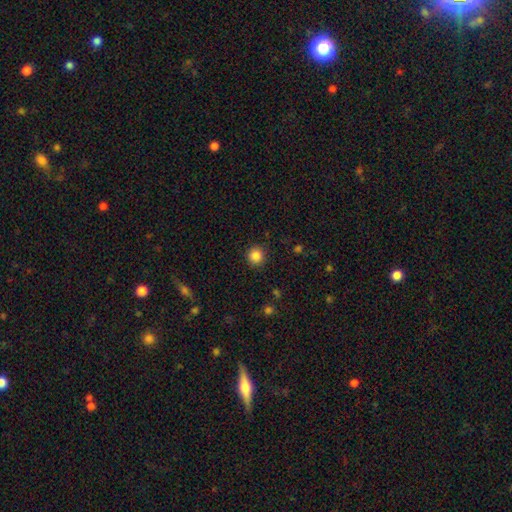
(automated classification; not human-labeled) A smooth galaxy with no disk features (86%) that is round (93%). Merging: none (91%).